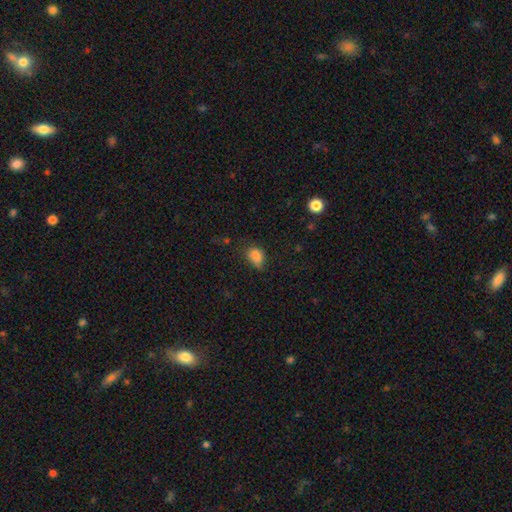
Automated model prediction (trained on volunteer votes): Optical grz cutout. It shows a smooth galaxy with no disk features (83%) that is in between round and cigar-shaped (77%). Merging: none (48%).